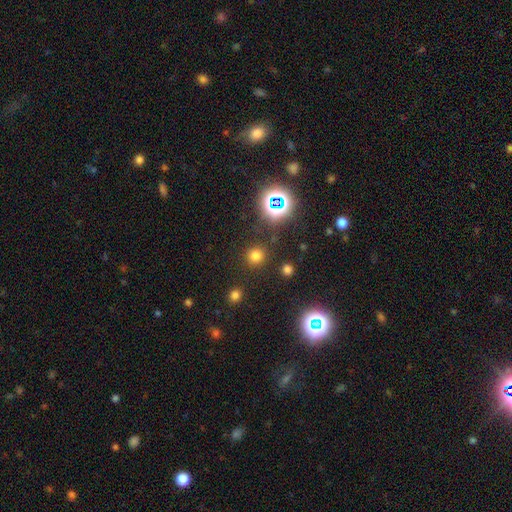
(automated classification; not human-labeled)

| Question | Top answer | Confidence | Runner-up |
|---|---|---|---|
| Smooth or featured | smooth | 71% | star or artifact (24%) |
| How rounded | round | 93% | in between (6%) |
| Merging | none | 88% | minor disturbance (6%) |